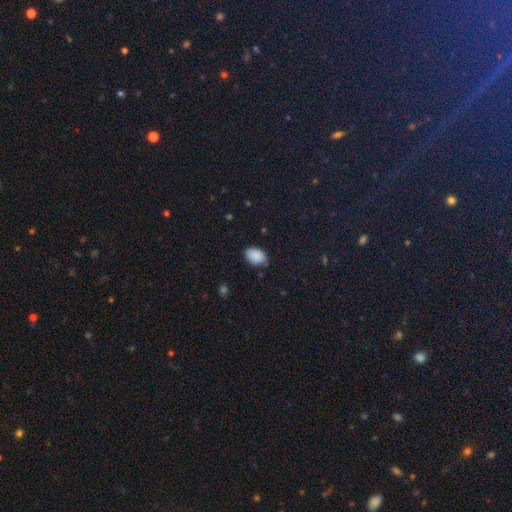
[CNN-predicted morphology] Smooth or featured? Predicted: smooth (p=0.87). How rounded? Predicted: in between (p=0.86). Merging? Predicted: none (p=0.75).